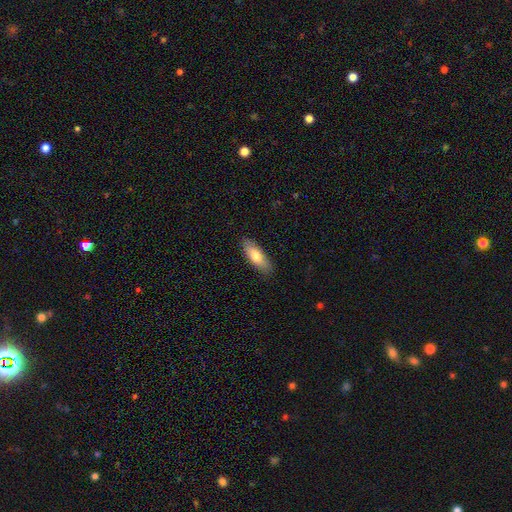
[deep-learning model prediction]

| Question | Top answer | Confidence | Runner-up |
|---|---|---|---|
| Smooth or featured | smooth | 75% | featured or disk (20%) |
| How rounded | in between | 66% | cigar-shaped (32%) |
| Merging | none | 87% | minor disturbance (10%) |